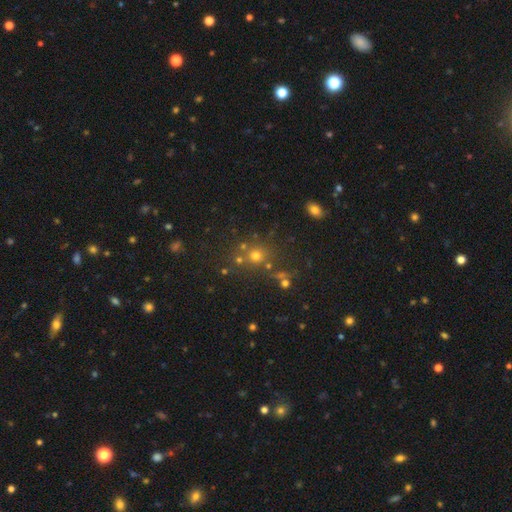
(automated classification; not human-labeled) smooth-or-featured: smooth: 60% | star or artifact: 29% | featured or disk: 10%
  how-rounded: round: 87% | in between: 12% | cigar-shaped: 1%
  merging: none: 71% | merger: 14% | minor disturbance: 10% | major disturbance: 5%